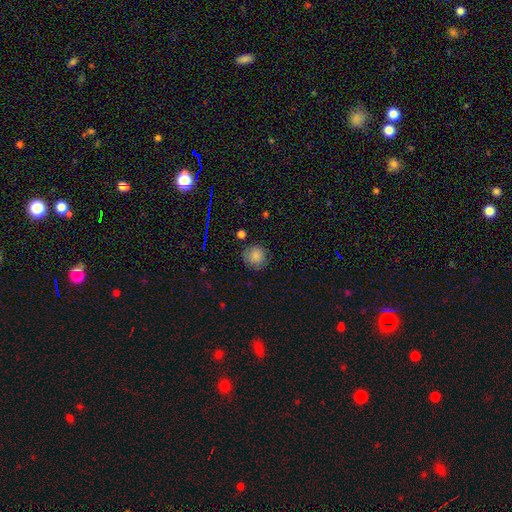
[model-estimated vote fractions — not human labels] Morphology: type=smooth (83%); roundness=round (90%); merging=none (81%).